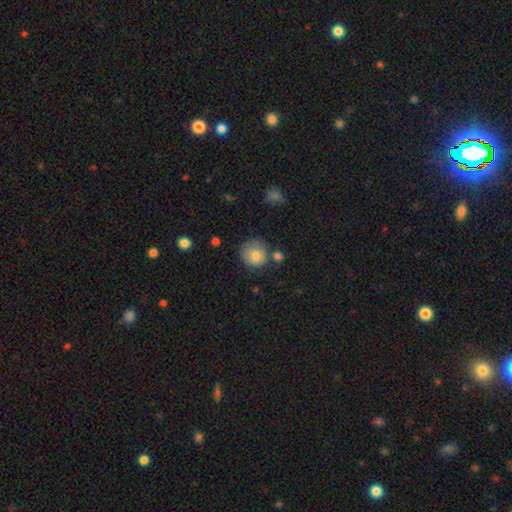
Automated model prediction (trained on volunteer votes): Q: Smooth or featured?
A: smooth (77%); runner-up: featured or disk (15%)
Q: How rounded?
A: round (88%); runner-up: in between (11%)
Q: Merging?
A: none (62%); runner-up: minor disturbance (22%)